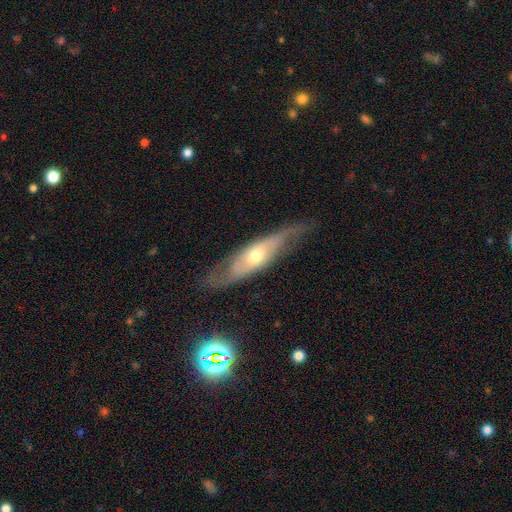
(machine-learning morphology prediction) featured or disk 67%, smooth 26%, star or artifact 6%. Down the decision tree: edge-on disk — no (63%); merging — none (69%).